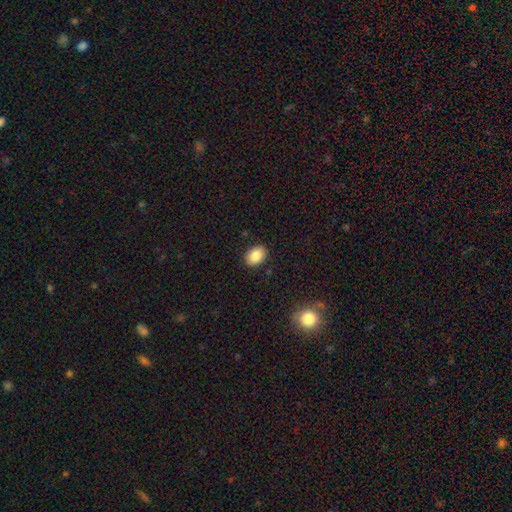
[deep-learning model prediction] This is clearly a smooth galaxy (86%). How rounded: likely in between (77%). Merging: clearly none (89%).